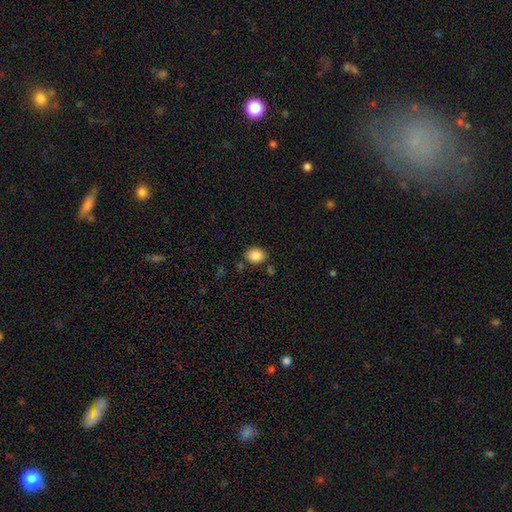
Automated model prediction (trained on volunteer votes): smooth 86%, star or artifact 9%, featured or disk 5%. Down the decision tree: how rounded — in between (56%); merging — none (81%).